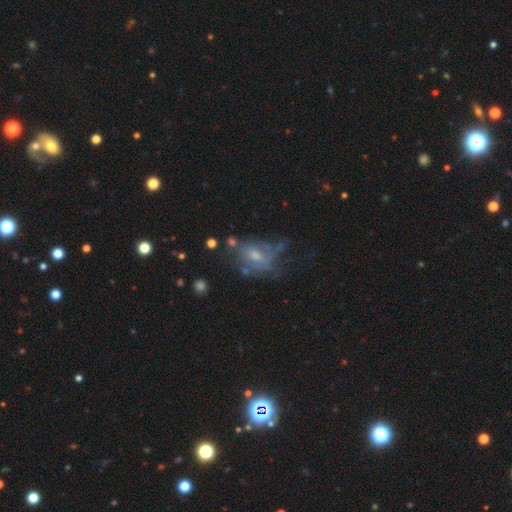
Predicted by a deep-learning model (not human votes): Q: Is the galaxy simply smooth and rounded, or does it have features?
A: featured or disk — 52%.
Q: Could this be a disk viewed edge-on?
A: no — 94%.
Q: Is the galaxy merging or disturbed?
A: major disturbance — 36%.